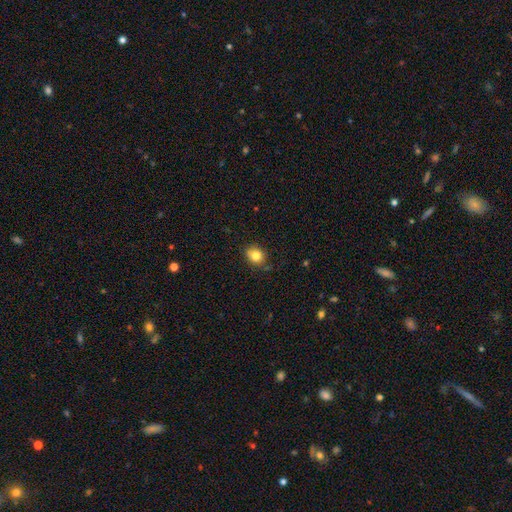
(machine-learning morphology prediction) A smooth galaxy with no disk features (81%) that is round (58%).

Vote fractions:
- Smooth or featured? smooth: 81% / star or artifact: 11% / featured or disk: 8%
- How rounded? round: 58% / in between: 41% / cigar-shaped: 1%
- Merging? none: 77% / minor disturbance: 18% / major disturbance: 3% / merger: 2%